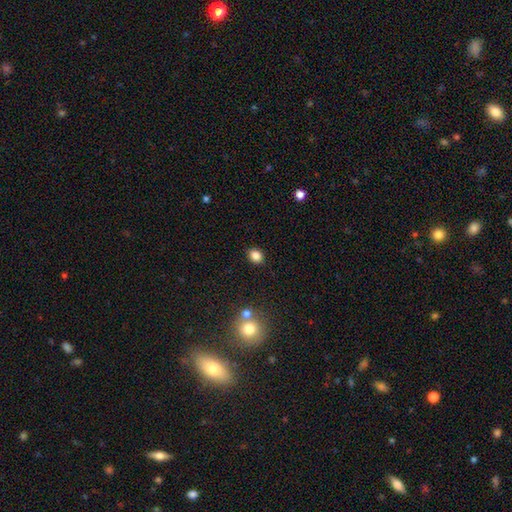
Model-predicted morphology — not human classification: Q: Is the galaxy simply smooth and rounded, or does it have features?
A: smooth — 84%.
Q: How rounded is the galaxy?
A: round — 51%.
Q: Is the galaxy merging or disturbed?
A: none — 88%.